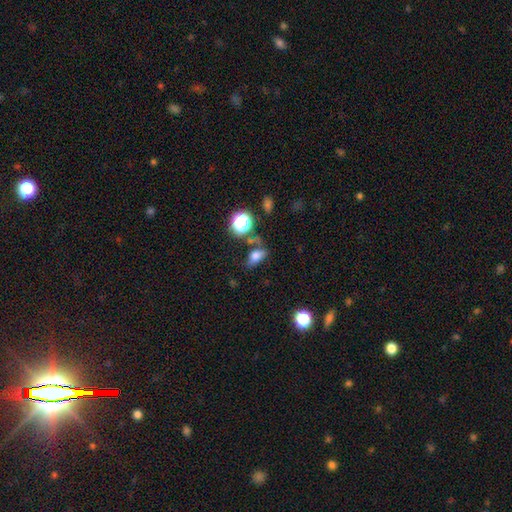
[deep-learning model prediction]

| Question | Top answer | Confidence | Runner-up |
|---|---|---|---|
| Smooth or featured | smooth | 72% | star or artifact (16%) |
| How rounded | in between | 78% | round (16%) |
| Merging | none | 60% | minor disturbance (21%) |